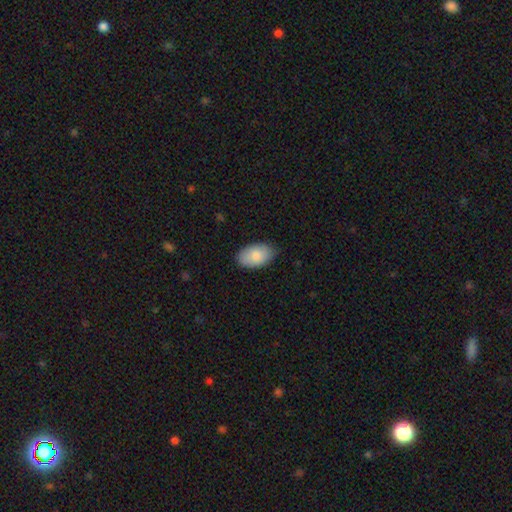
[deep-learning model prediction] Smooth or featured? smooth (86%)
How rounded? in between (94%)
Merging? none (82%)